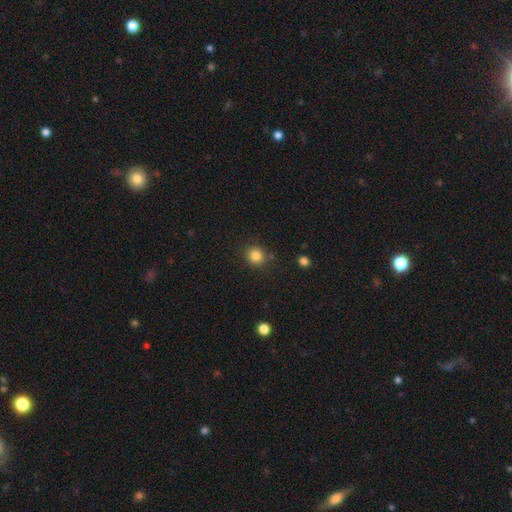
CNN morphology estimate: smooth-or-featured: smooth: 84% | star or artifact: 11% | featured or disk: 5%
  how-rounded: round: 86% | in between: 14% | cigar-shaped: 1%
  merging: none: 84% | minor disturbance: 9% | merger: 4% | major disturbance: 3%